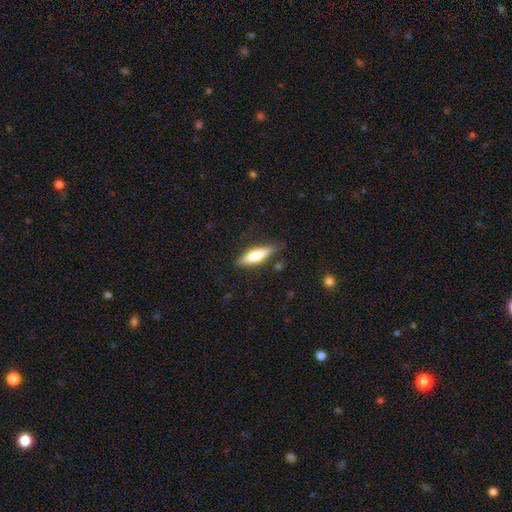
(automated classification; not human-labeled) A smooth galaxy with no disk features (53%) that is cigar-shaped (61%).

Vote fractions:
- Smooth or featured? smooth: 53% / featured or disk: 41% / star or artifact: 6%
- How rounded? cigar-shaped: 61% / in between: 36% / round: 2%
- Merging? none: 81% / minor disturbance: 14% / major disturbance: 3% / merger: 2%